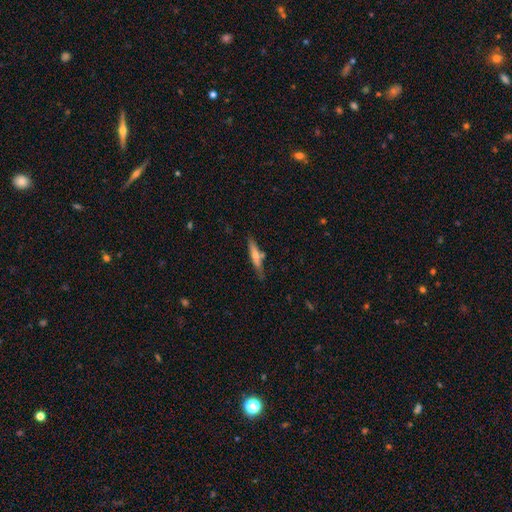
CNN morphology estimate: Smooth or featured?
  - smooth: 59% *
  - featured or disk: 35%
  - star or artifact: 6%
How rounded?
  - cigar-shaped: 86% *
  - in between: 13%
  - round: 2%
Merging?
  - none: 72% *
  - minor disturbance: 18%
  - merger: 7%
  - major disturbance: 4%